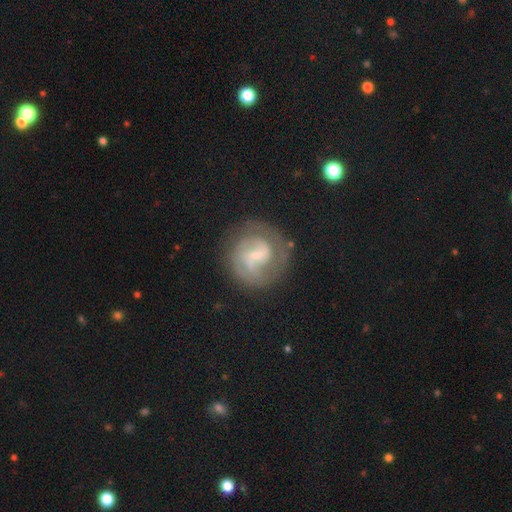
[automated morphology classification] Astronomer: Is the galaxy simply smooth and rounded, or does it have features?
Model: featured or disk — 76%.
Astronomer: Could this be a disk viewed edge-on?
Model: no — 98%.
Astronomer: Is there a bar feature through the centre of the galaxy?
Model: weak — 54%.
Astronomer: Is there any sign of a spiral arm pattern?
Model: yes — 92%.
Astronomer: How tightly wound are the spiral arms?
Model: tight — 45% (runner-up: medium, 41%).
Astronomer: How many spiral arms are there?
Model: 2 — 63%.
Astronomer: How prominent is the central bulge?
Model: small — 45% (runner-up: moderate, 25%).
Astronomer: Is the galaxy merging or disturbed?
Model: none — 73%.